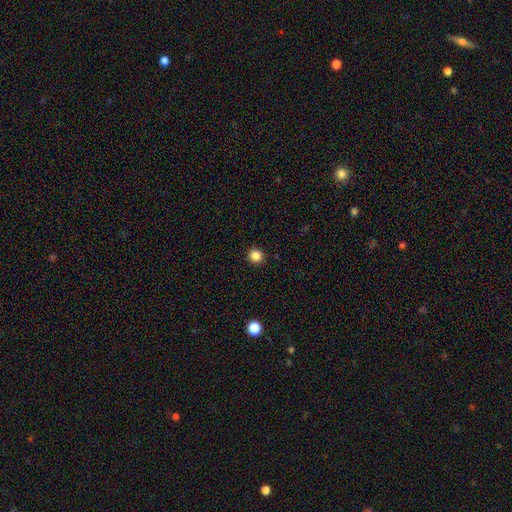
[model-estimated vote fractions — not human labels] Smooth or featured? smooth (85%)
How rounded? round (91%)
Merging? none (93%)